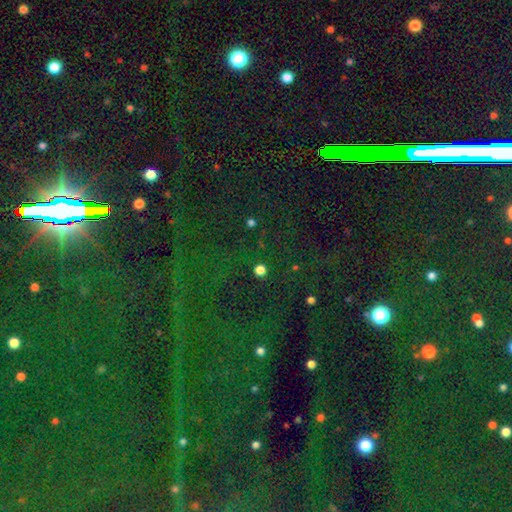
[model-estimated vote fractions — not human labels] This is clearly a star or artifact rather than a galaxy (84%).